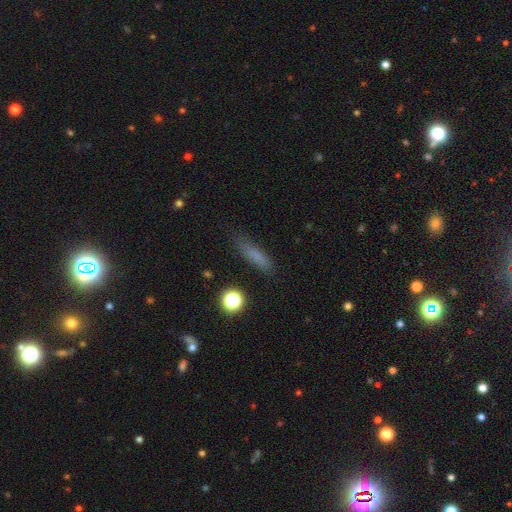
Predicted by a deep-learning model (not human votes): A smooth galaxy with no disk features (74%) that is cigar-shaped (75%). Merging: none (78%).